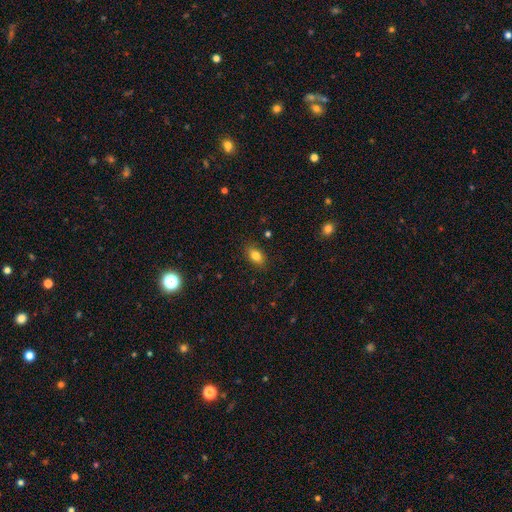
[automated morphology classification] smooth_or_featured: smooth (p=0.82) [alt: star or artifact p=0.10]
how_rounded: in between (p=0.85) [alt: round p=0.12]
merging: none (p=0.86) [alt: minor disturbance p=0.10]